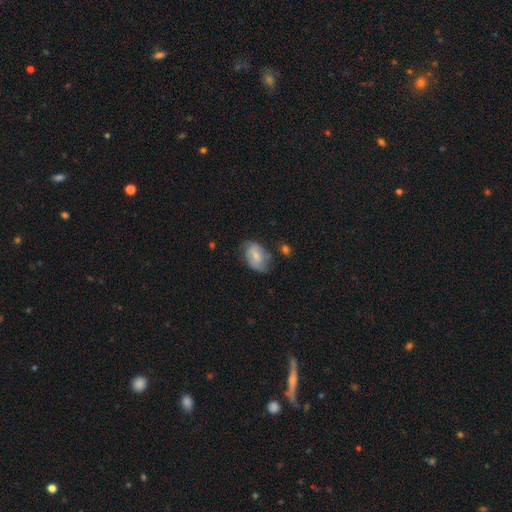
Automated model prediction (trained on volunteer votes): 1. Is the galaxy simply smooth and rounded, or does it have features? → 60% smooth, 33% featured or disk, 7% star or artifact.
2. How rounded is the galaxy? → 87% in between, 12% round, 1% cigar-shaped.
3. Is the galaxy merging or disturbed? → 58% none, 30% minor disturbance, 9% major disturbance, 3% merger.